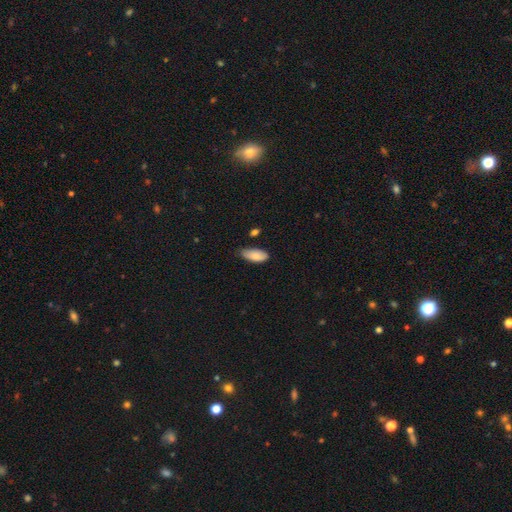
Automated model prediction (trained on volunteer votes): A smooth galaxy with no disk features (85%) that is in between round and cigar-shaped (89%).

Vote fractions:
- Smooth or featured? smooth: 85% / featured or disk: 9% / star or artifact: 6%
- How rounded? in between: 89% / cigar-shaped: 9% / round: 2%
- Merging? none: 62% / minor disturbance: 31% / major disturbance: 4% / merger: 3%